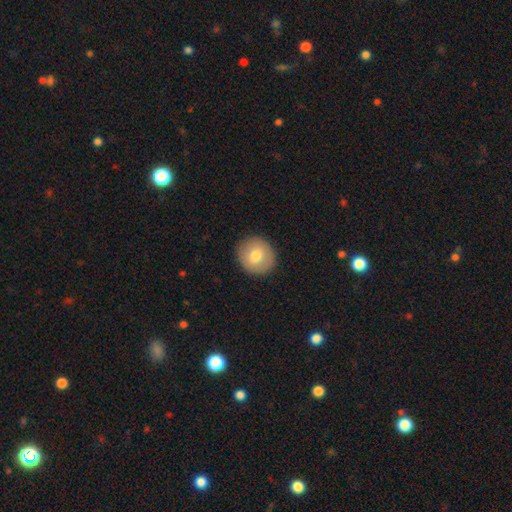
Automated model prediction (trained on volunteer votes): This is likely a smooth galaxy (75%). How rounded: clearly round (91%). Merging: clearly none (91%).